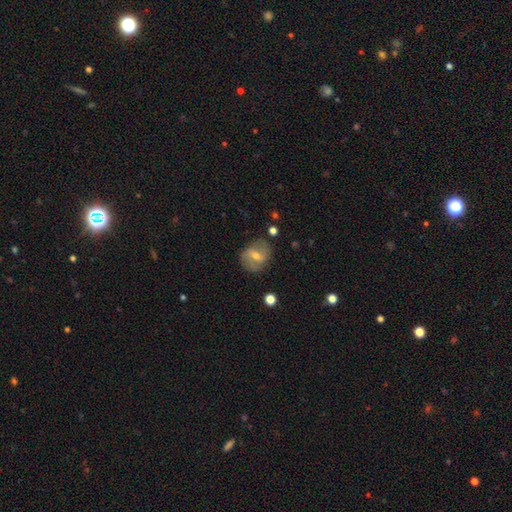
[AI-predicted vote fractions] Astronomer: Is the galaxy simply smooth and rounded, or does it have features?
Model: featured or disk — 56% (runner-up: smooth, 33%).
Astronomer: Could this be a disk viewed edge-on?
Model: no — 94%.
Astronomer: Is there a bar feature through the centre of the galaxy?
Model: weak — 48% (runner-up: strong, 33%).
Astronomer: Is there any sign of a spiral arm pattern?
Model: yes — 65%.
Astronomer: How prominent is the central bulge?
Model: small — 47% (runner-up: moderate, 45%).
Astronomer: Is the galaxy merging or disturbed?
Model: none — 76%.